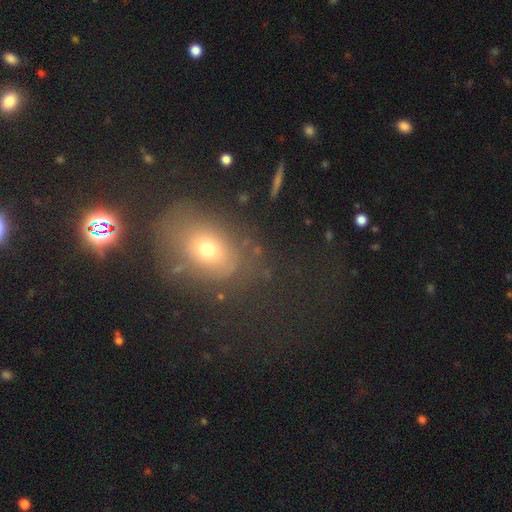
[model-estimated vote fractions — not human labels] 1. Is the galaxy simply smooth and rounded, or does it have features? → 54% smooth, 25% featured or disk, 21% star or artifact.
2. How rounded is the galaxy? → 61% in between, 37% round, 2% cigar-shaped.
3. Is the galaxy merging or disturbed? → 57% none, 22% major disturbance, 17% minor disturbance, 4% merger.